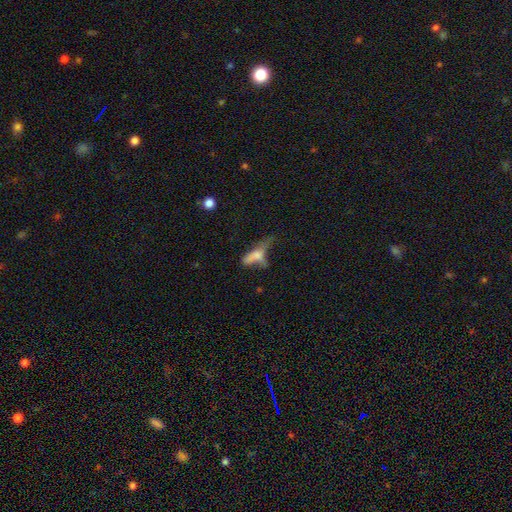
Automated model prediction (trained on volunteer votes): This appears to be a smooth galaxy with no disk features (56%) that is in between round and cigar-shaped (51%). Merging: major disturbance (37%).